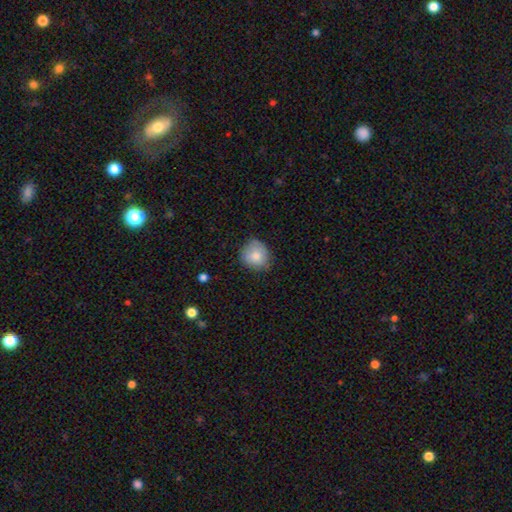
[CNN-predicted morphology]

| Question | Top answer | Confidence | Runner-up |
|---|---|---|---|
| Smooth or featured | smooth | 81% | featured or disk (11%) |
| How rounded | round | 83% | in between (16%) |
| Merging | none | 72% | minor disturbance (23%) |